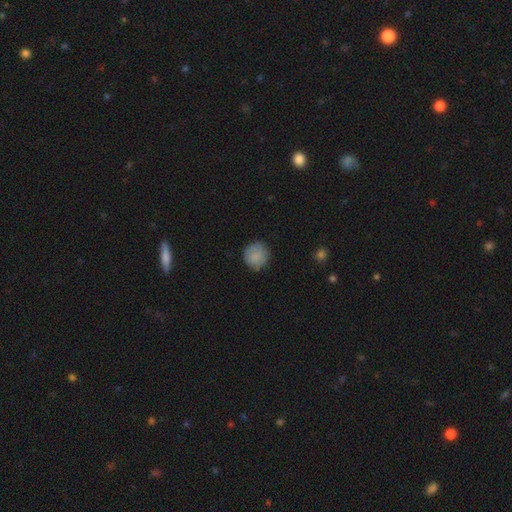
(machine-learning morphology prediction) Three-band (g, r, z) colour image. It shows a smooth galaxy with no disk features (85%) that is round (90%). Merging: none (81%).